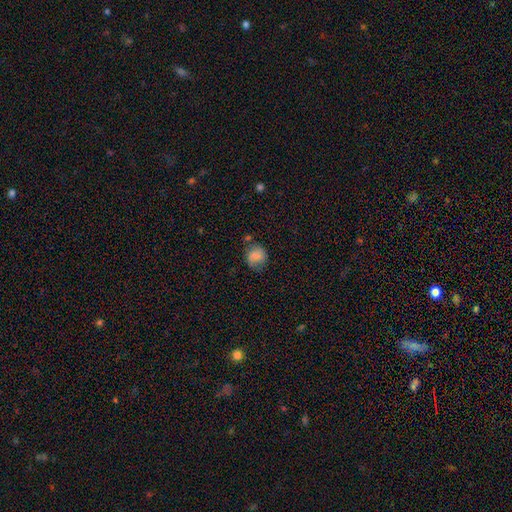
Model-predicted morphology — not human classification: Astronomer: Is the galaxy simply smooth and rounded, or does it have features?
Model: smooth — 78%.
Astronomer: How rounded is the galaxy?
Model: round — 76%.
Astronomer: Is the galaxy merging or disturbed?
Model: none — 61%.